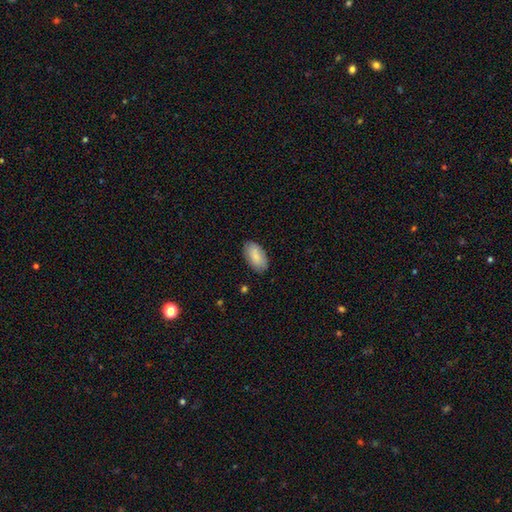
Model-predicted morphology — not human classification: Smooth or featured? smooth (85%)
How rounded? in between (94%)
Merging? none (84%)